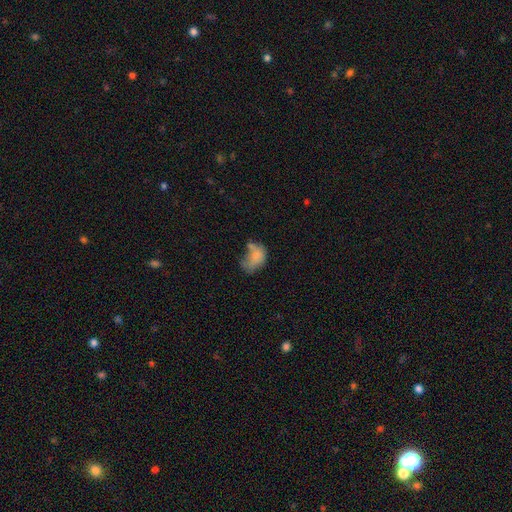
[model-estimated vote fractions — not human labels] A smooth galaxy with no disk features (68%) that is in between round and cigar-shaped (80%). Merging: major disturbance (34%).